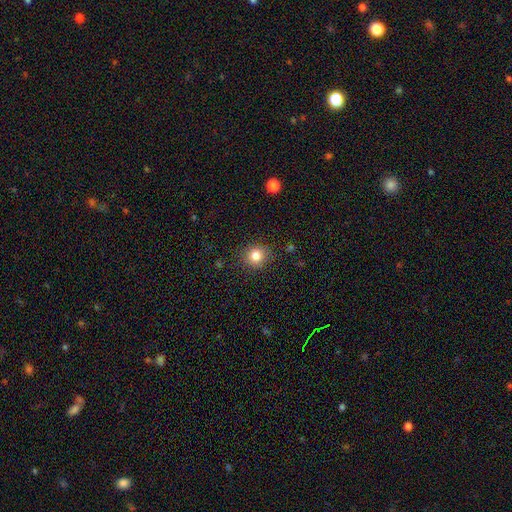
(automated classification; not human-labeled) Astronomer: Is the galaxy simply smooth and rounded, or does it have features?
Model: smooth — 82%.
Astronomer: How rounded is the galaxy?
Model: round — 86%.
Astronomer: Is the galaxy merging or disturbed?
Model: none — 87%.